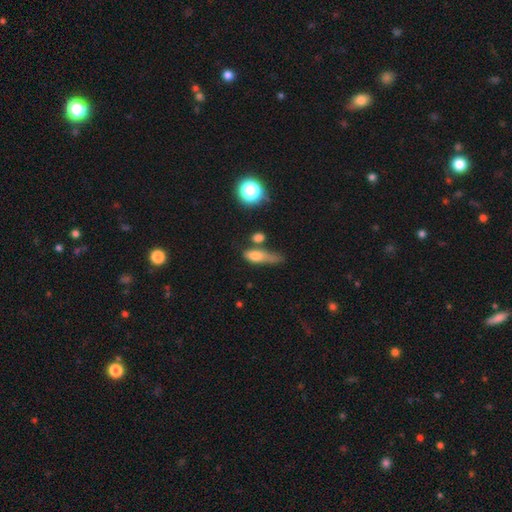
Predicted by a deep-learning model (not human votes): This is likely a smooth galaxy (69%). How rounded: possibly in between (57%). Merging: marginally none (28%).